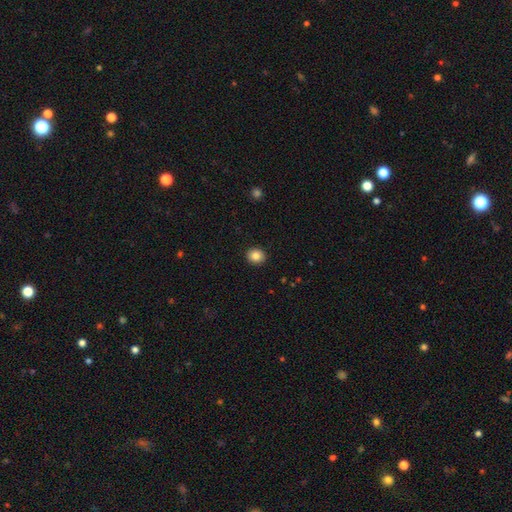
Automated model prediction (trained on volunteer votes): This appears to be a smooth galaxy with no disk features (85%) that is round (79%). Merging: none (92%).